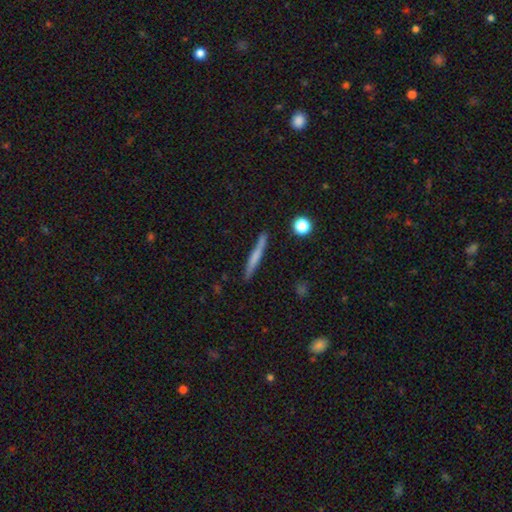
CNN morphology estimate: The model was most divided on "smooth or featured": smooth: 58%, featured or disk: 35%, star or artifact: 7%. More confident: how rounded — cigar-shaped (95%); merging — none (86%).